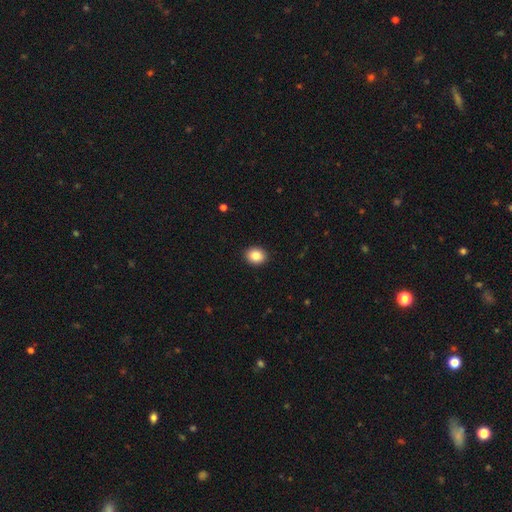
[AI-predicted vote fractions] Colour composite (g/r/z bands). It shows a smooth galaxy with no disk features (86%) that is round (60%). Merging: none (92%).